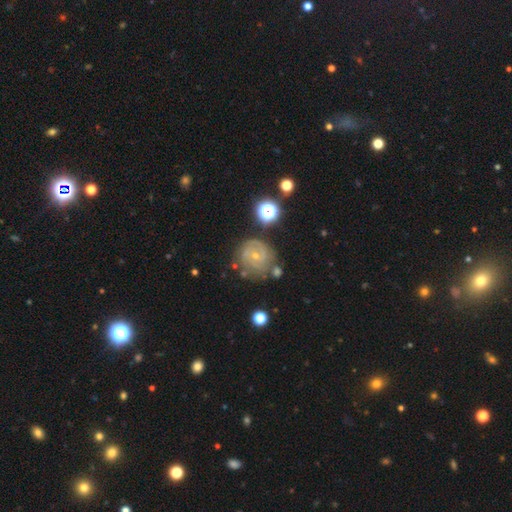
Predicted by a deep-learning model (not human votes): Smooth or featured?
  - featured or disk: 72% *
  - smooth: 17%
  - star or artifact: 11%
Edge-on disk?
  - no: 97% *
  - yes: 3%
Bar?
  - no: 67% *
  - weak: 27%
  - strong: 6%
Spiral arms?
  - yes: 89% *
  - no: 11%
Spiral winding?
  - tight: 66% *
  - medium: 28%
  - loose: 7%
Spiral arm count?
  - 2: 40% *
  - can't tell: 32%
  - 3: 16%
  - 1: 5%
  - 4: 5%
  - more than 4: 4%
Bulge size?
  - small: 73% *
  - moderate: 24%
  - none: 2%
  - large: 1%
  - dominant: 1%
Merging?
  - none: 69% *
  - minor disturbance: 19%
  - major disturbance: 7%
  - merger: 6%